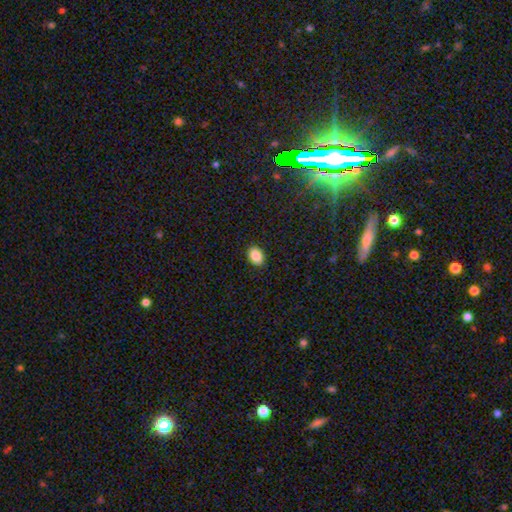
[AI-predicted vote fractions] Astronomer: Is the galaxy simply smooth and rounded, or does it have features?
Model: smooth — 88%.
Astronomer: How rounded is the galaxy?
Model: in between — 74%.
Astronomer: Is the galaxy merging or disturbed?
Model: none — 90%.